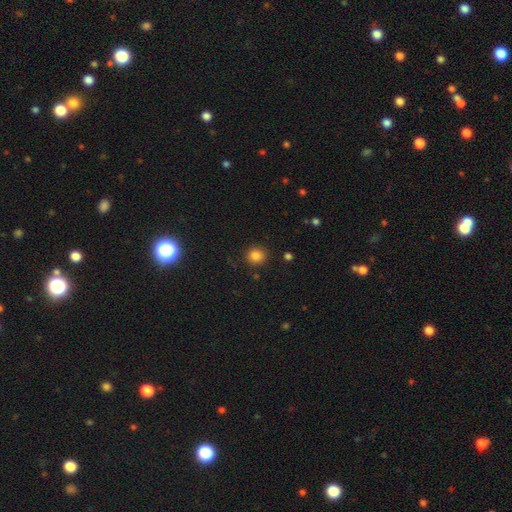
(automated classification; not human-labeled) The model was most divided on "smooth or featured": smooth: 84%, star or artifact: 12%, featured or disk: 4%. More confident: how rounded — round (90%); merging — none (89%).